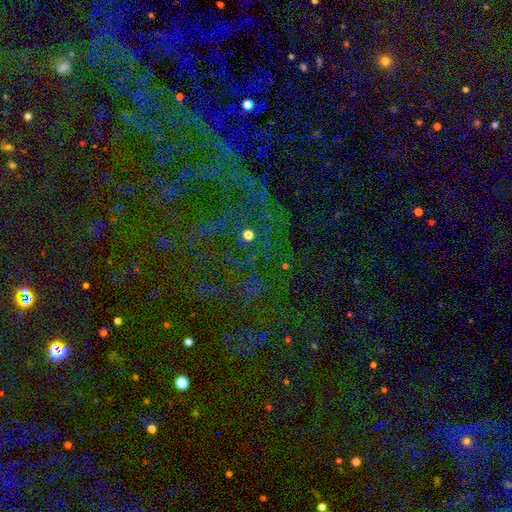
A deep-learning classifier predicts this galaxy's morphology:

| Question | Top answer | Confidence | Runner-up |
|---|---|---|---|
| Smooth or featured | star or artifact | 80% | smooth (10%) |